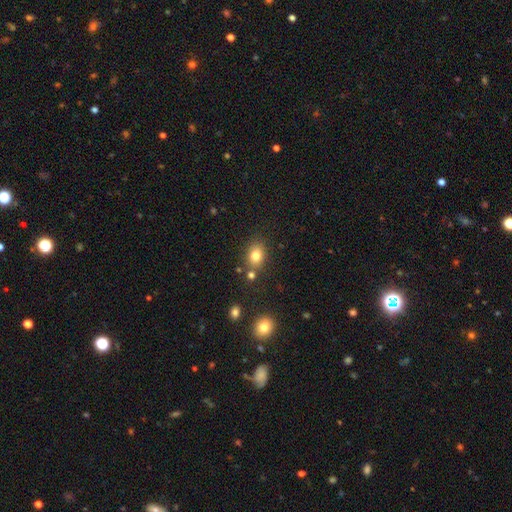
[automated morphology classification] A smooth galaxy with no disk features (80%) that is in between round and cigar-shaped (61%).

Vote fractions:
- Smooth or featured? smooth: 80% / star or artifact: 11% / featured or disk: 8%
- How rounded? in between: 61% / round: 38% / cigar-shaped: 1%
- Merging? none: 75% / minor disturbance: 12% / merger: 9% / major disturbance: 4%